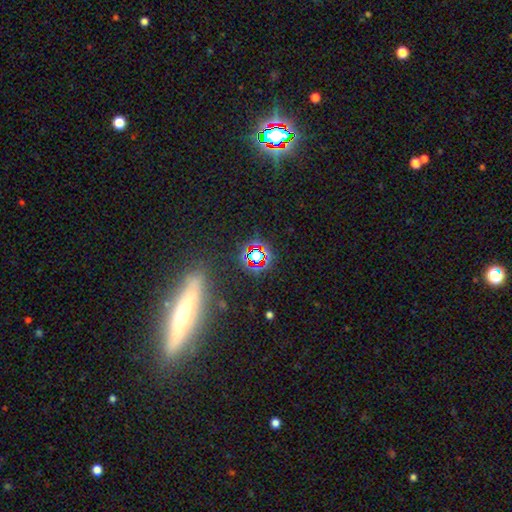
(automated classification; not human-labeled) Overall: star or artifact (71%).